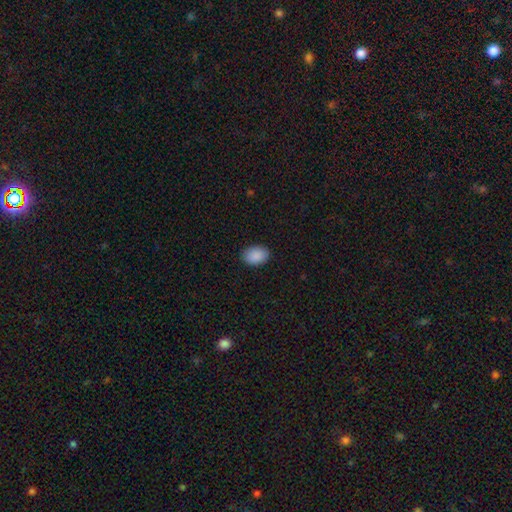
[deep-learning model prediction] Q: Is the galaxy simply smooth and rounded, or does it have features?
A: smooth — 90%.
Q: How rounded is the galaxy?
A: in between — 82%.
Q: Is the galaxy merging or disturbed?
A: none — 89%.